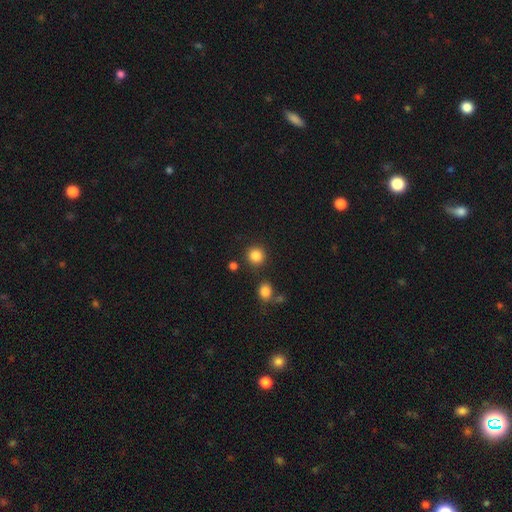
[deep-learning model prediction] Smooth or featured? smooth (85%)
How rounded? round (92%)
Merging? none (85%)